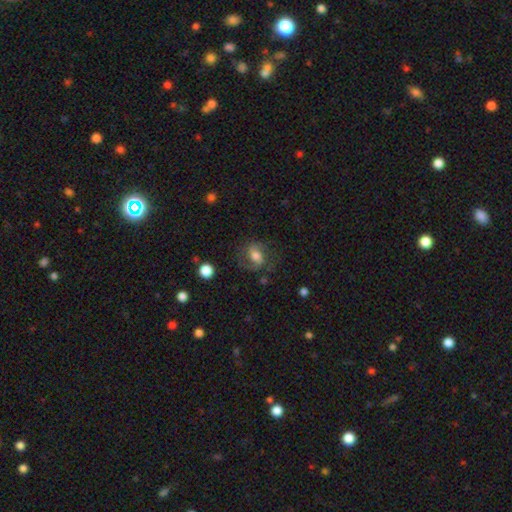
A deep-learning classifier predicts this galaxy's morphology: A featured or disk galaxy (53%) with a weak bar (41%), spiral arms (84%) and a moderate central bulge (62%). Merging: none (65%).